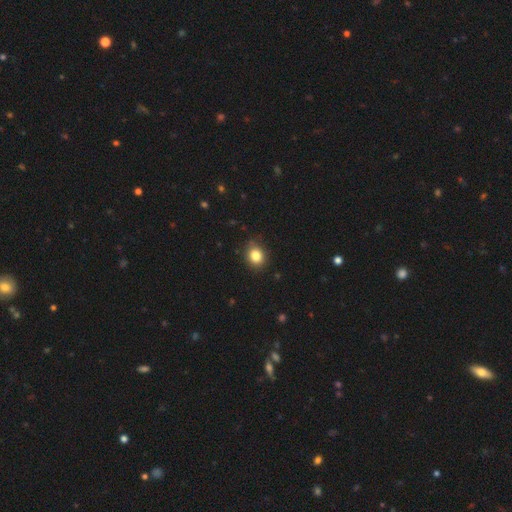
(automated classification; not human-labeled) Smooth or featured? Predicted: smooth (p=0.84). How rounded? Predicted: round (p=0.59). Merging? Predicted: none (p=0.84).